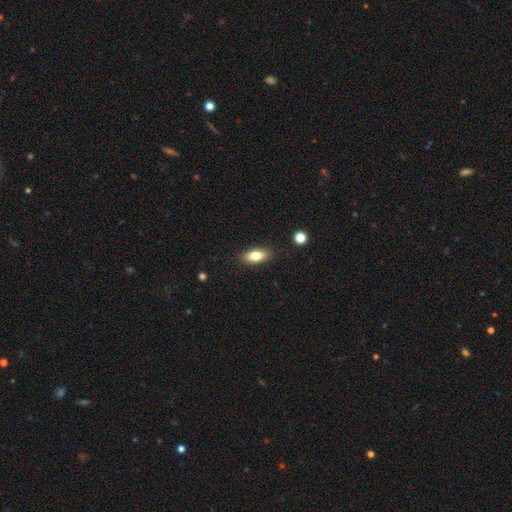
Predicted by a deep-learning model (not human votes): Smooth or featured: smooth — 78% (featured or disk — 15%)
How rounded: in between — 82% (cigar-shaped — 14%)
Merging: none — 87% (minor disturbance — 9%)